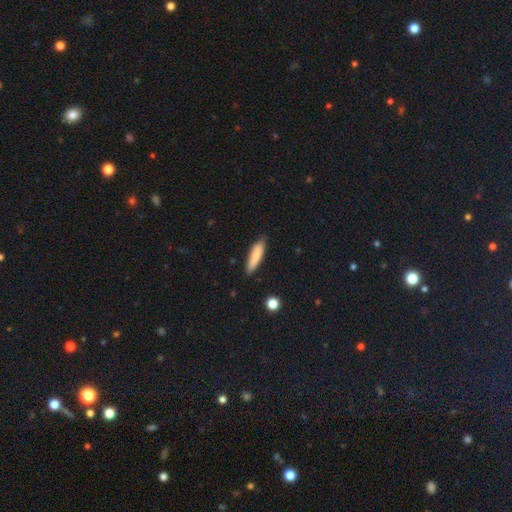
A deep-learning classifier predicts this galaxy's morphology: smooth 81%, featured or disk 13%, star or artifact 6%. Down the decision tree: how rounded — cigar-shaped (74%); merging — none (82%).